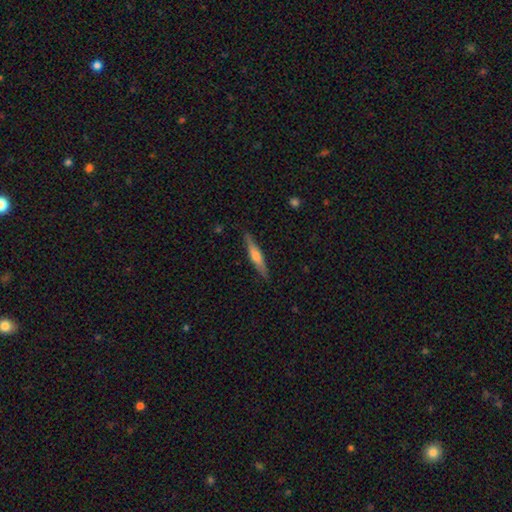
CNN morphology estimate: smooth_or_featured: featured or disk (p=0.51) [alt: smooth p=0.43]
disk_edge_on: yes (p=0.96) [alt: no p=0.04]
merging: none (p=0.89) [alt: minor disturbance p=0.08]